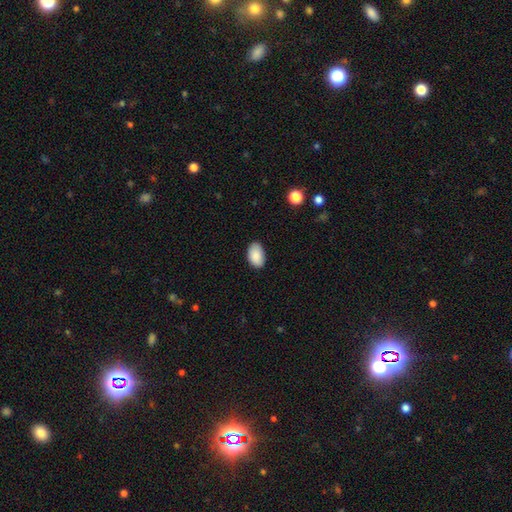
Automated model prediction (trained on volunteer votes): Smooth or featured? smooth (88%)
How rounded? in between (92%)
Merging? none (84%)